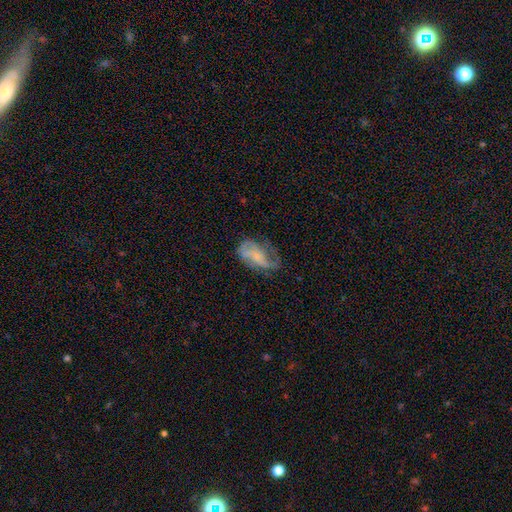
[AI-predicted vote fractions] Q: Smooth or featured?
A: featured or disk (64%); runner-up: smooth (29%)
Q: Edge-on disk?
A: no (96%); runner-up: yes (4%)
Q: Bar?
A: no (61%); runner-up: weak (31%)
Q: Spiral arms?
A: yes (83%); runner-up: no (17%)
Q: Spiral winding?
A: medium (41%); runner-up: loose (39%)
Q: Spiral arm count?
A: 2 (44%); runner-up: can't tell (23%)
Q: Bulge size?
A: small (43%); runner-up: none (26%)
Q: Merging?
A: none (48%); runner-up: minor disturbance (27%)